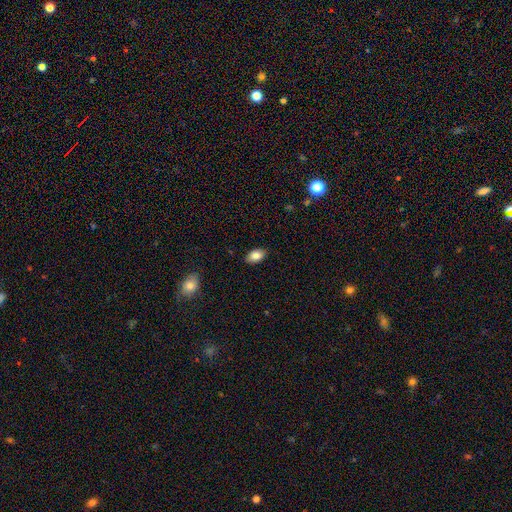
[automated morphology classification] Smooth or featured? Predicted: smooth (p=0.84). How rounded? Predicted: in between (p=0.91). Merging? Predicted: none (p=0.87).